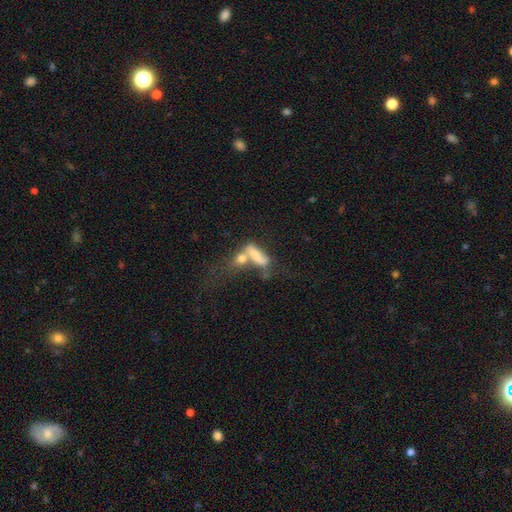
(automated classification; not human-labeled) smooth-or-featured: smooth: 64% | featured or disk: 26% | star or artifact: 10%
  how-rounded: in between: 63% | cigar-shaped: 31% | round: 6%
  merging: merger: 59% | none: 18% | major disturbance: 13% | minor disturbance: 10%